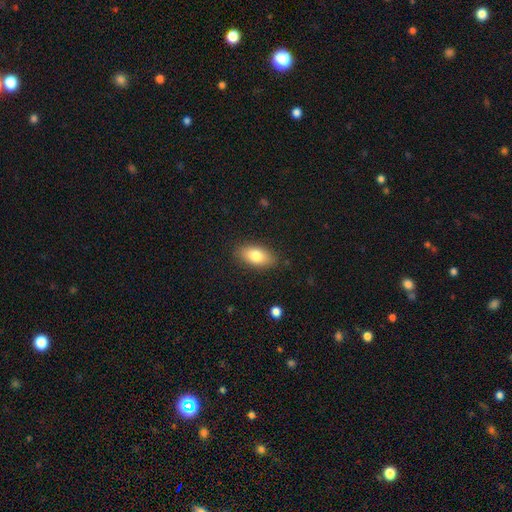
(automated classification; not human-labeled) Smooth or featured?
  - smooth: 79% *
  - featured or disk: 14%
  - star or artifact: 7%
How rounded?
  - in between: 89% *
  - cigar-shaped: 7%
  - round: 4%
Merging?
  - none: 86% *
  - minor disturbance: 10%
  - major disturbance: 3%
  - merger: 1%